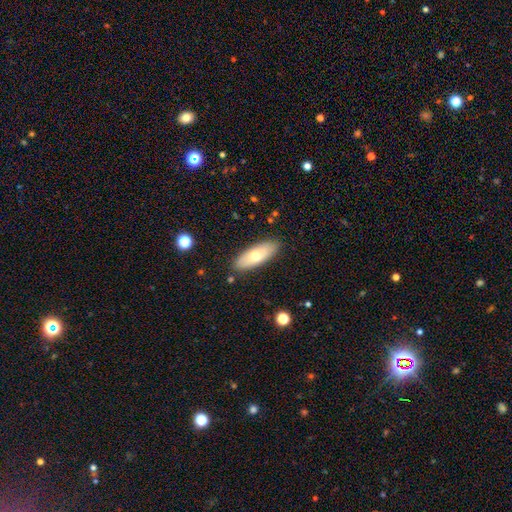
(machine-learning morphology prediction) type=smooth (67%); roundness=in between (69%); merging=none (87%).